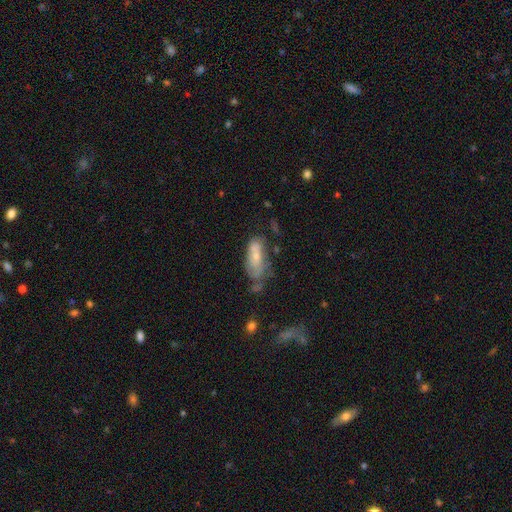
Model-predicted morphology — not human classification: The model was most divided on "merging": none: 35%, minor disturbance: 31%, major disturbance: 22%, merger: 12%. More confident: how rounded — in between (79%); smooth or featured — smooth (58%).